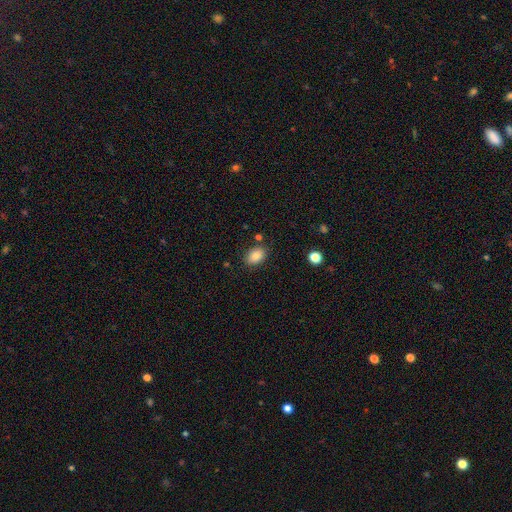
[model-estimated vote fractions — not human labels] Smooth or featured: smooth — 85% (star or artifact — 9%)
How rounded: in between — 81% (round — 18%)
Merging: none — 83% (minor disturbance — 11%)